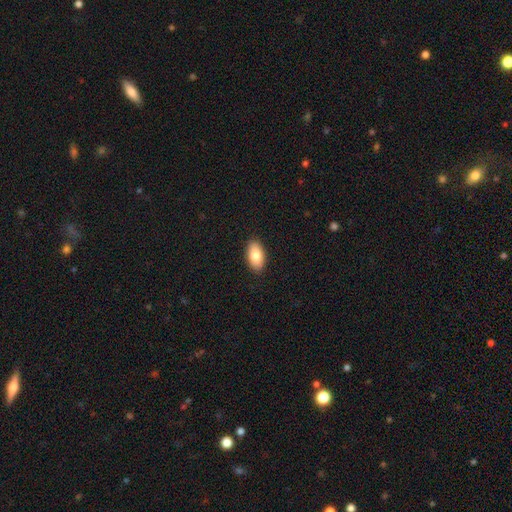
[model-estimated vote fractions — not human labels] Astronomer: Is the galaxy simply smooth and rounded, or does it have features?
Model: smooth — 82%.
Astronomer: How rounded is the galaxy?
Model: in between — 93%.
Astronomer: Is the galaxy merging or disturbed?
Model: none — 90%.